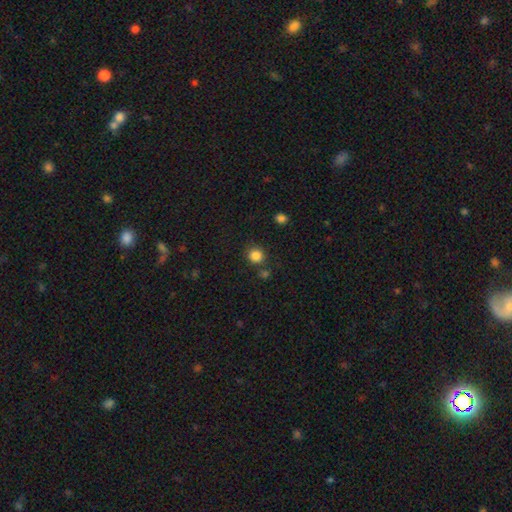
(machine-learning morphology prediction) This appears to be a smooth galaxy with no disk features (84%) that is round (89%). Merging: none (81%).